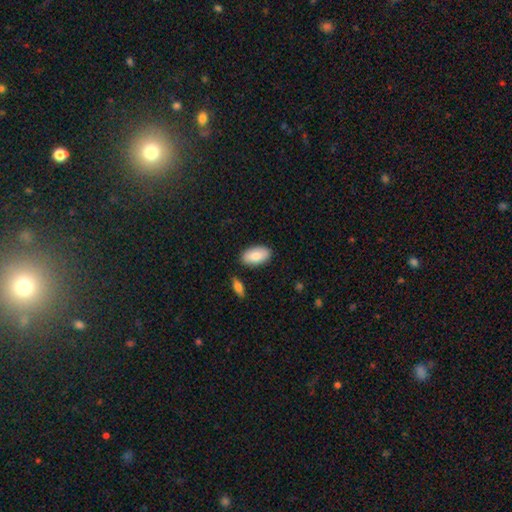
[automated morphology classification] Smooth or featured?
  - smooth: 83% *
  - featured or disk: 11%
  - star or artifact: 6%
How rounded?
  - in between: 94% *
  - round: 3%
  - cigar-shaped: 3%
Merging?
  - none: 84% *
  - minor disturbance: 10%
  - merger: 4%
  - major disturbance: 2%